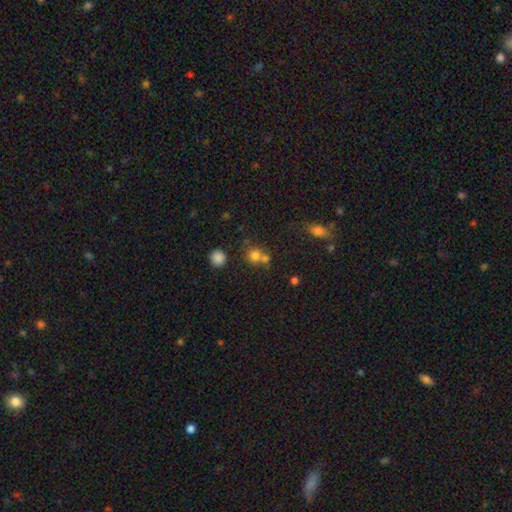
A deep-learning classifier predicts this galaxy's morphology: Smooth or featured? Predicted: smooth (p=0.75). How rounded? Predicted: round (p=0.85). Merging? Predicted: none (p=0.48).